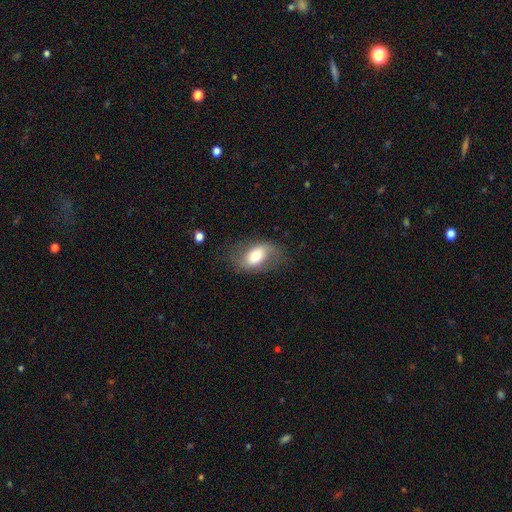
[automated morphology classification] Q: Smooth or featured?
A: smooth (55%); runner-up: featured or disk (37%)
Q: How rounded?
A: in between (86%); runner-up: round (12%)
Q: Merging?
A: none (65%); runner-up: minor disturbance (22%)